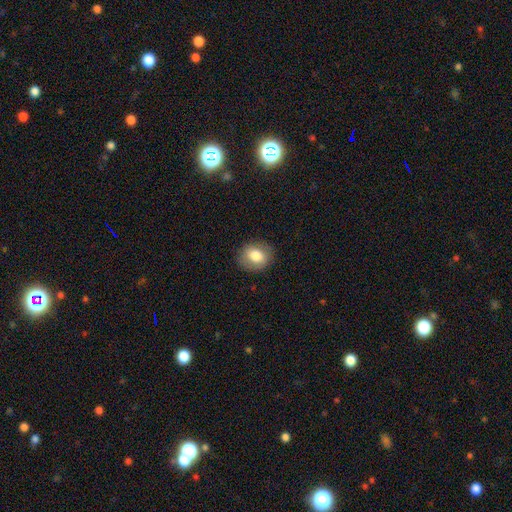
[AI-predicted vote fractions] Q: Smooth or featured?
A: smooth (78%); runner-up: featured or disk (14%)
Q: How rounded?
A: round (57%); runner-up: in between (42%)
Q: Merging?
A: none (86%); runner-up: minor disturbance (10%)